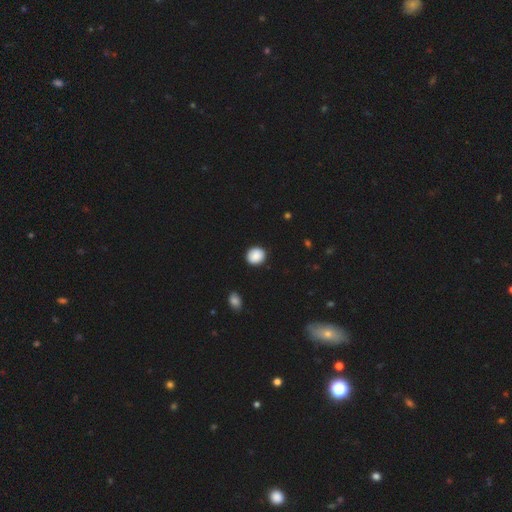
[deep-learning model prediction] Morphology: type=smooth (89%); roundness=round (83%); merging=none (90%).